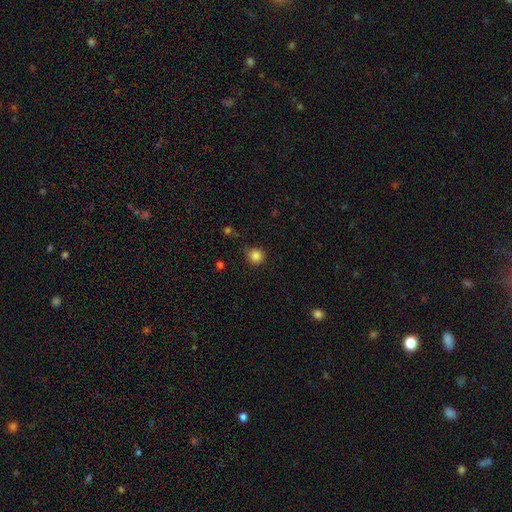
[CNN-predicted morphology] Smooth or featured?
  - smooth: 85% *
  - star or artifact: 11%
  - featured or disk: 4%
How rounded?
  - round: 93% *
  - in between: 6%
  - cigar-shaped: 1%
Merging?
  - none: 80% *
  - minor disturbance: 15%
  - major disturbance: 3%
  - merger: 2%